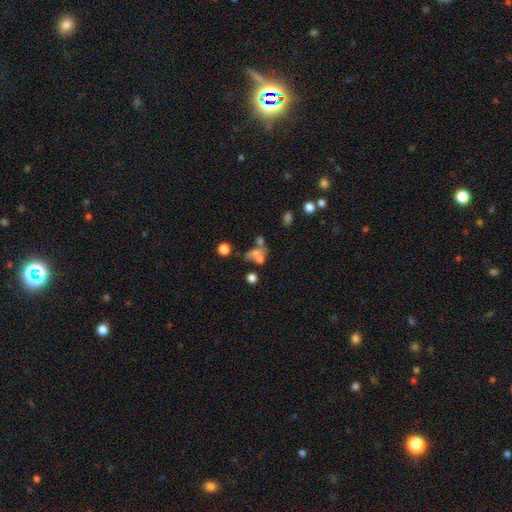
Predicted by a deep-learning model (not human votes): Overall: smooth (52%; featured or disk 27%). How rounded: round (48%; in between 46%). Merging: merger (42%; none 29%).